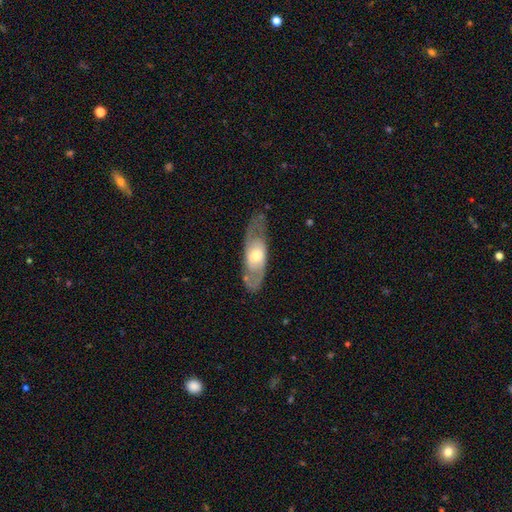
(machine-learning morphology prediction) Smooth or featured?
  - featured or disk: 67% *
  - smooth: 28%
  - star or artifact: 5%
Edge-on disk?
  - no: 82% *
  - yes: 18%
Bar?
  - no: 67% *
  - weak: 25%
  - strong: 8%
Spiral arms?
  - yes: 66% *
  - no: 34%
Bulge size?
  - moderate: 62% *
  - small: 23%
  - large: 12%
  - dominant: 1%
  - none: 1%
Merging?
  - none: 70% *
  - minor disturbance: 18%
  - major disturbance: 9%
  - merger: 2%